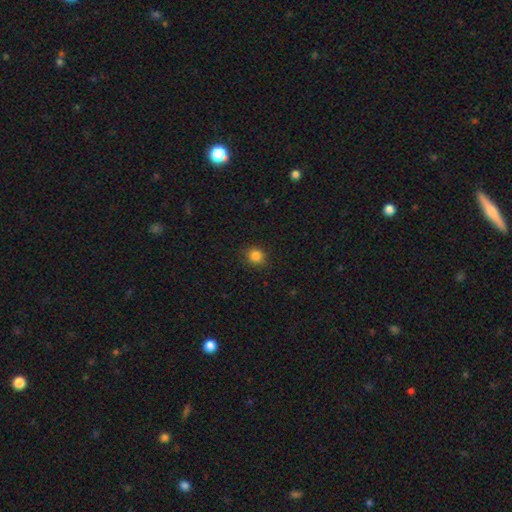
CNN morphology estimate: Smooth or featured?
  - smooth: 83% *
  - star or artifact: 12%
  - featured or disk: 5%
How rounded?
  - round: 79% *
  - in between: 20%
  - cigar-shaped: 1%
Merging?
  - none: 87% *
  - minor disturbance: 9%
  - major disturbance: 3%
  - merger: 1%